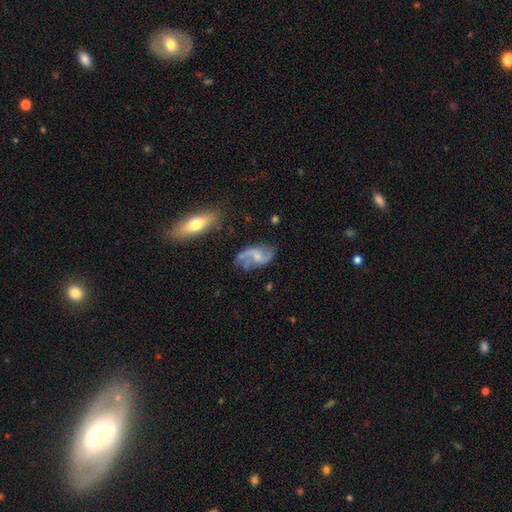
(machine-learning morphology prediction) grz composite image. It shows a featured or disk galaxy (80%) with no bar (45%, tied with weak), 2 (90%) loose (68%) spiral arms (93%) and a small central bulge (47%). Merging: none (65%).